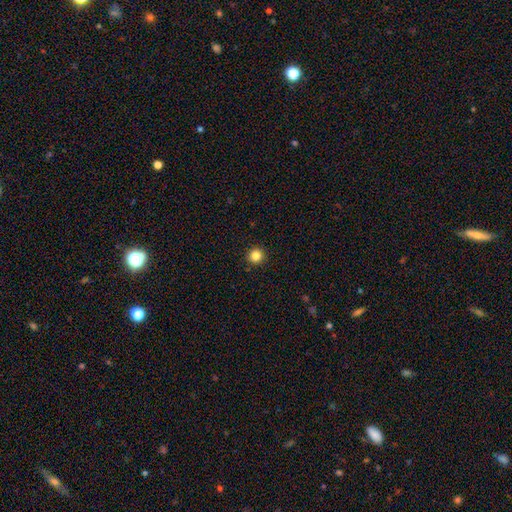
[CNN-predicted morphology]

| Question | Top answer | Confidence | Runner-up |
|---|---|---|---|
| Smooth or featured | smooth | 85% | star or artifact (11%) |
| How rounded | round | 95% | in between (4%) |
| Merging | none | 93% | minor disturbance (4%) |